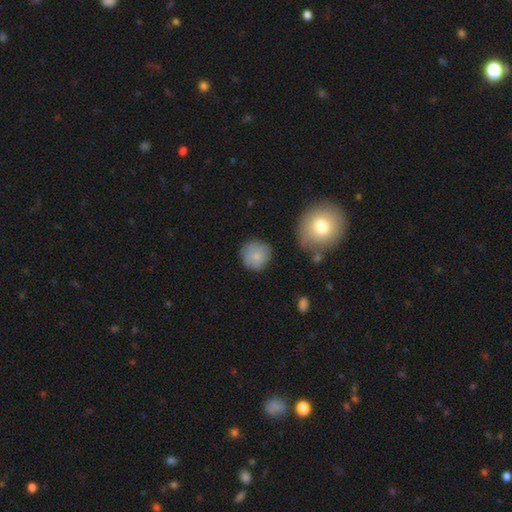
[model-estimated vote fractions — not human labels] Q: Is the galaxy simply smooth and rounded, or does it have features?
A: smooth — 76%.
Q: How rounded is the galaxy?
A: round — 90%.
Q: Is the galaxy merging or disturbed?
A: none — 74%.